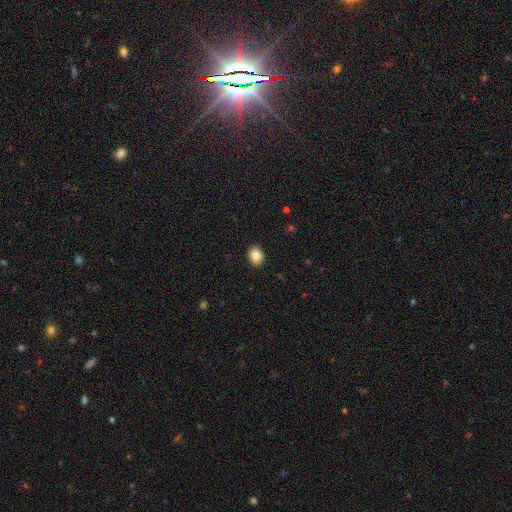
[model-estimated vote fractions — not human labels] smooth-or-featured: smooth: 87% | star or artifact: 9% | featured or disk: 4%
  how-rounded: round: 50% | in between: 49% | cigar-shaped: 1%
  merging: none: 90% | minor disturbance: 7% | major disturbance: 2% | merger: 1%